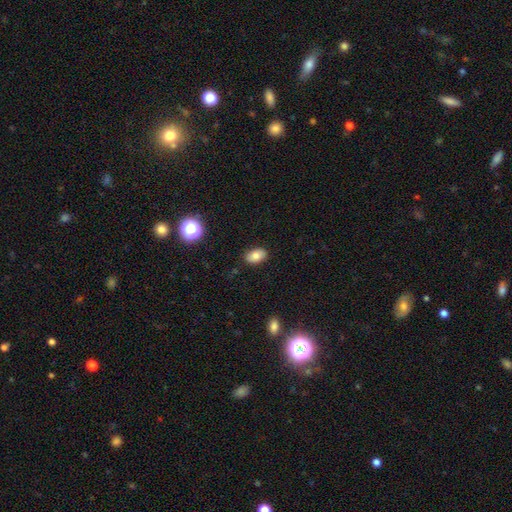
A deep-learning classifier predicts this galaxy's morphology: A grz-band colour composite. It shows a smooth galaxy with no disk features (79%) that is in between round and cigar-shaped (88%). Merging: none (87%).